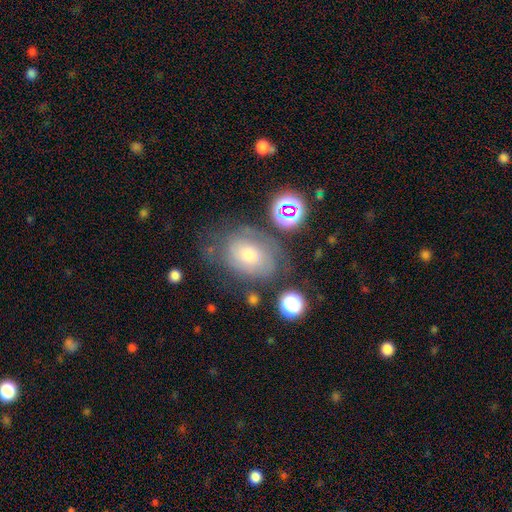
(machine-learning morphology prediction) smooth_or_featured: smooth (p=0.45) [alt: featured or disk p=0.39]
merging: none (p=0.58) [alt: minor disturbance p=0.23]